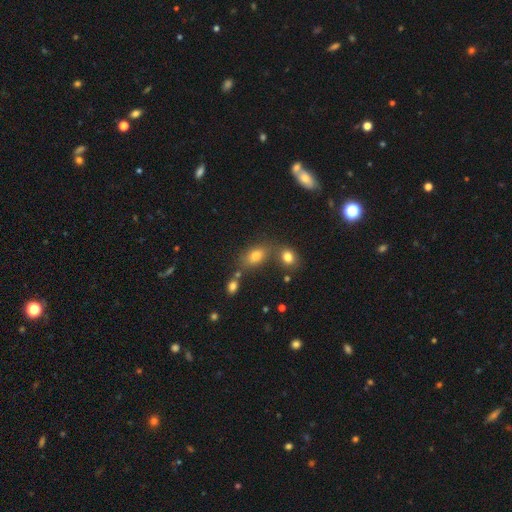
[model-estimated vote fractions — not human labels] Q: Smooth or featured?
A: smooth (77%); runner-up: star or artifact (13%)
Q: How rounded?
A: in between (81%); runner-up: round (16%)
Q: Merging?
A: none (56%); runner-up: merger (25%)